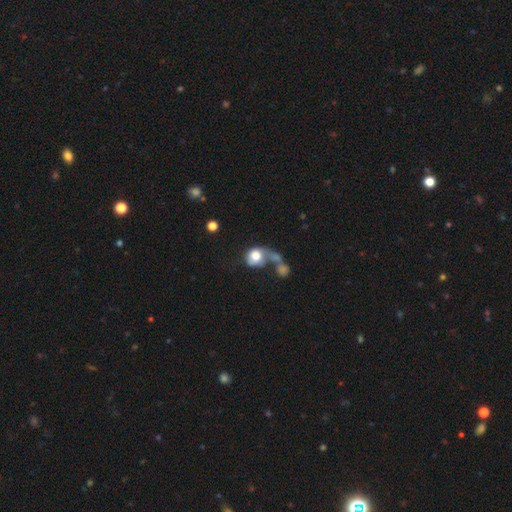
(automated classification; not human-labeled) A smooth galaxy with no disk features (71%) that is round (66%). Merging: merger (44%).